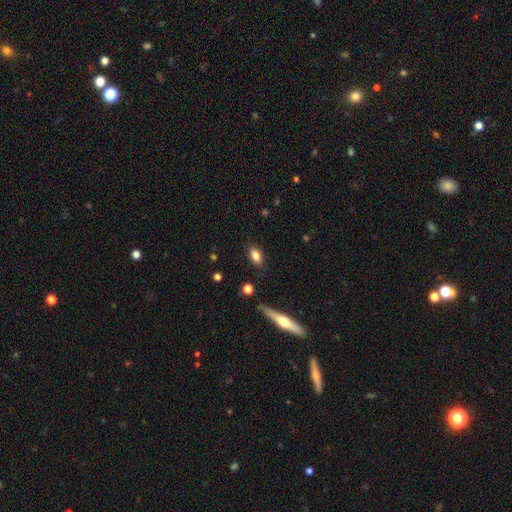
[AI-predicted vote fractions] This is clearly a smooth galaxy (83%). How rounded: clearly in between (85%). Merging: clearly none (85%).